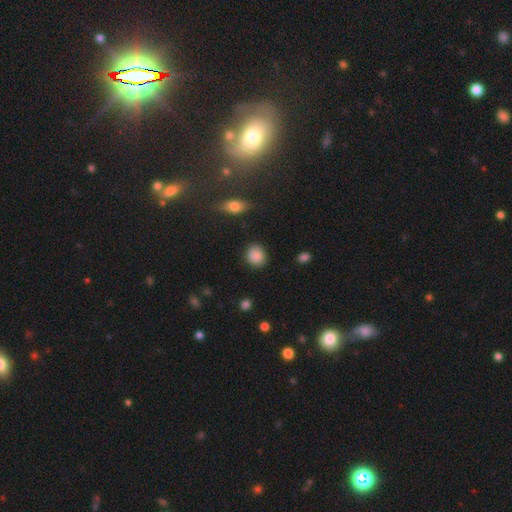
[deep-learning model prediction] Smooth or featured?
  - smooth: 87% *
  - star or artifact: 8%
  - featured or disk: 4%
How rounded?
  - round: 70% *
  - in between: 29%
  - cigar-shaped: 1%
Merging?
  - none: 83% *
  - minor disturbance: 12%
  - major disturbance: 3%
  - merger: 2%